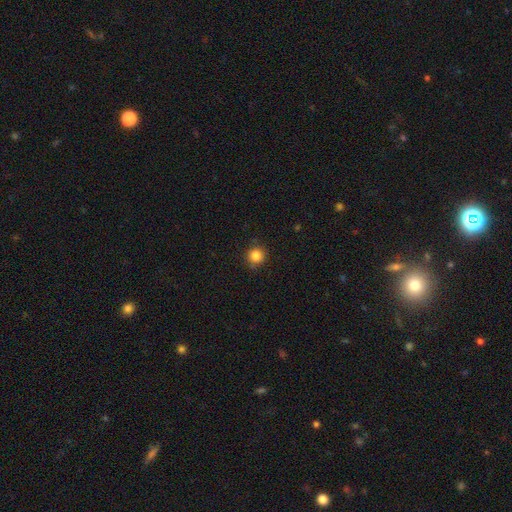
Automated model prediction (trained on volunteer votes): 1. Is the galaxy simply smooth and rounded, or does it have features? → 85% smooth, 11% star or artifact, 4% featured or disk.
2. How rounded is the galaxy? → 93% round, 6% in between, 1% cigar-shaped.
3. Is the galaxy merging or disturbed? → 87% none, 10% minor disturbance, 2% major disturbance, 1% merger.